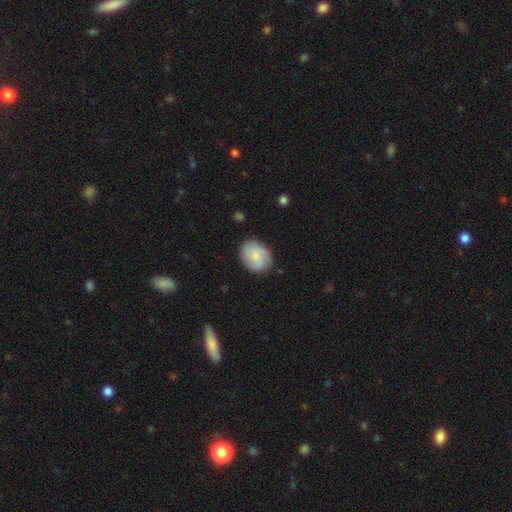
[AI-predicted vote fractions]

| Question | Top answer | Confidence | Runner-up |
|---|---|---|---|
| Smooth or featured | smooth | 54% | featured or disk (39%) |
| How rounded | in between | 51% | round (48%) |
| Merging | none | 77% | minor disturbance (17%) |